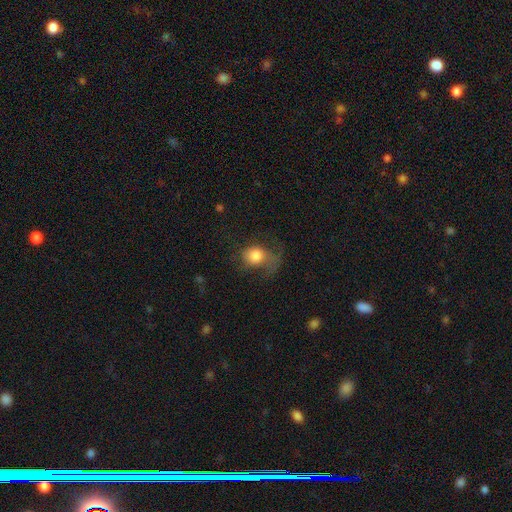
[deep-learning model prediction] Q: Smooth or featured?
A: smooth (71%); runner-up: featured or disk (20%)
Q: How rounded?
A: round (56%); runner-up: in between (43%)
Q: Merging?
A: major disturbance (45%); runner-up: none (30%)